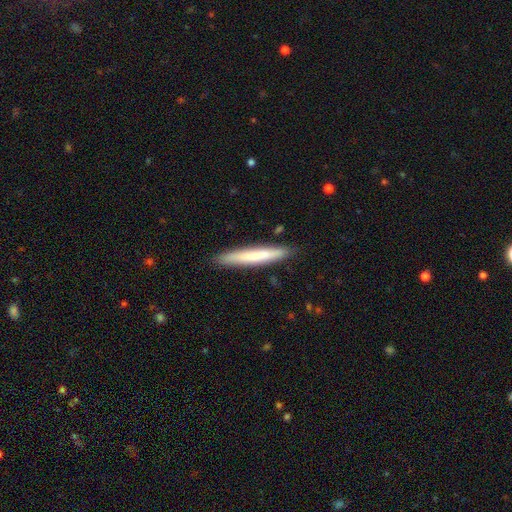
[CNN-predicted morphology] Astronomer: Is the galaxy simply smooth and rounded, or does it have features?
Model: smooth — 68%.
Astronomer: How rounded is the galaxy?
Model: cigar-shaped — 95%.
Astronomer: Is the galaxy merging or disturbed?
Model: none — 89%.